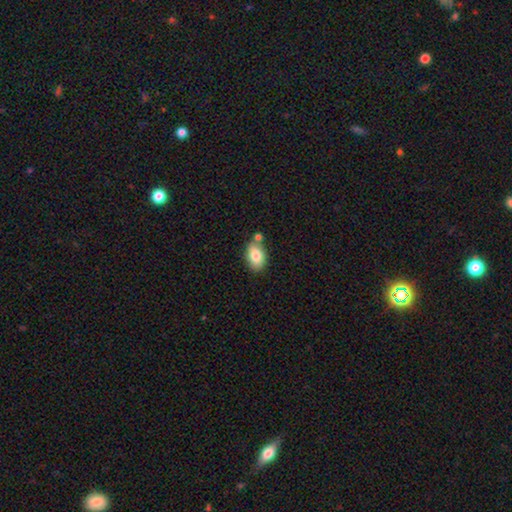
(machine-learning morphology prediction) smooth-or-featured: smooth: 82% | featured or disk: 10% | star or artifact: 7%
  how-rounded: in between: 88% | round: 11% | cigar-shaped: 1%
  merging: none: 67% | merger: 15% | minor disturbance: 15% | major disturbance: 3%